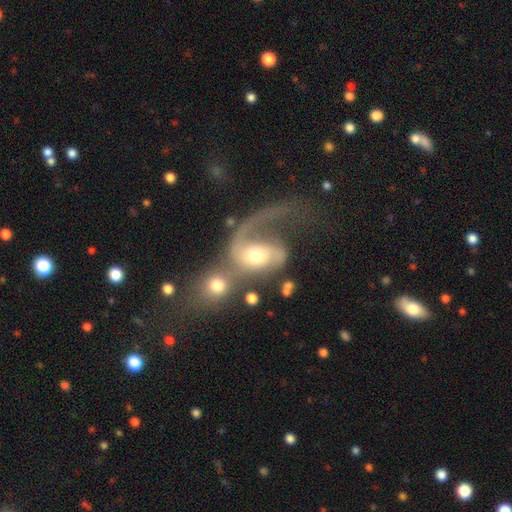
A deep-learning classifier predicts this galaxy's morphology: Q: Smooth or featured?
A: featured or disk (71%); runner-up: smooth (21%)
Q: Edge-on disk?
A: no (96%); runner-up: yes (4%)
Q: Bar?
A: no (61%); runner-up: weak (29%)
Q: Spiral arms?
A: yes (88%); runner-up: no (12%)
Q: Spiral winding?
A: loose (63%); runner-up: medium (27%)
Q: Spiral arm count?
A: 1 (61%); runner-up: 2 (30%)
Q: Bulge size?
A: moderate (60%); runner-up: small (23%)
Q: Merging?
A: merger (57%); runner-up: major disturbance (23%)